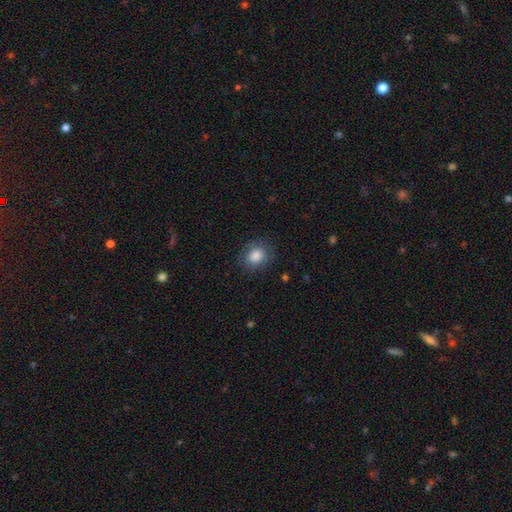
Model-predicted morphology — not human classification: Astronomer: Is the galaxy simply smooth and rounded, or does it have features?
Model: smooth — 83%.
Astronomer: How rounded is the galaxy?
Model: round — 56% (runner-up: in between, 43%).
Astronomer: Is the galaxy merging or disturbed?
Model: none — 79%.